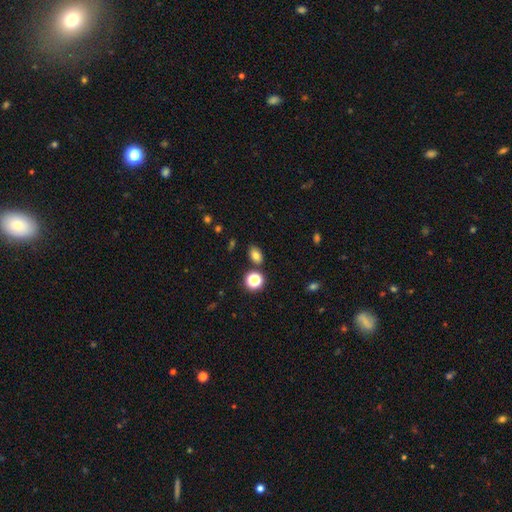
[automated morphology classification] Smooth or featured? smooth (78%)
How rounded? in between (76%)
Merging? none (81%)